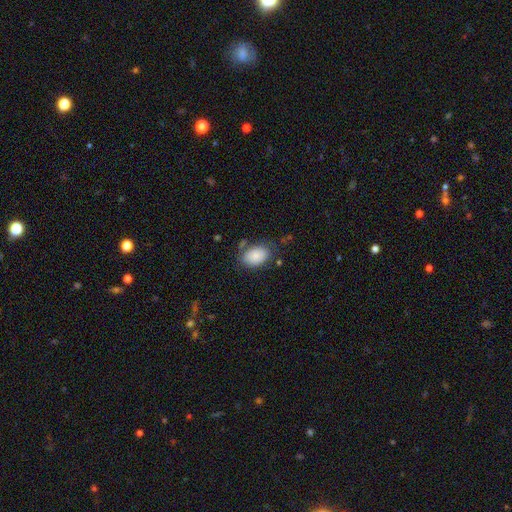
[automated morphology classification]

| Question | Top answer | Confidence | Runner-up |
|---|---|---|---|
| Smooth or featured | smooth | 84% | featured or disk (8%) |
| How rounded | in between | 87% | round (12%) |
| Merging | none | 71% | minor disturbance (19%) |